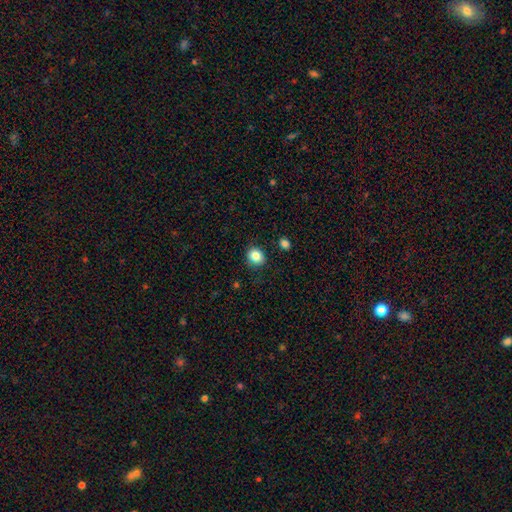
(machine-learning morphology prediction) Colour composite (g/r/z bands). It shows a smooth galaxy with no disk features (85%) that is round (68%). Merging: none (85%).